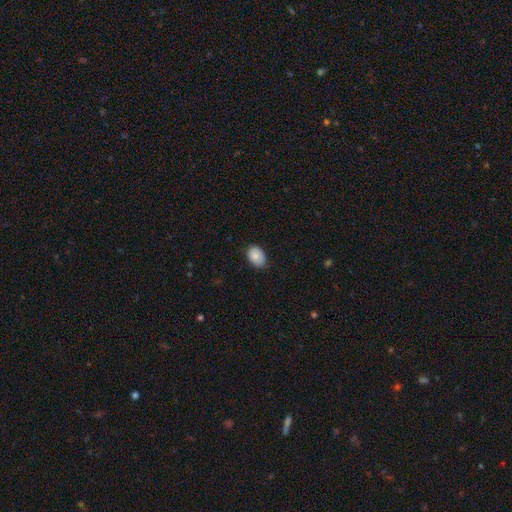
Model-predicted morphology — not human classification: A smooth galaxy with no disk features (84%) that is in between round and cigar-shaped (81%). Merging: none (79%).